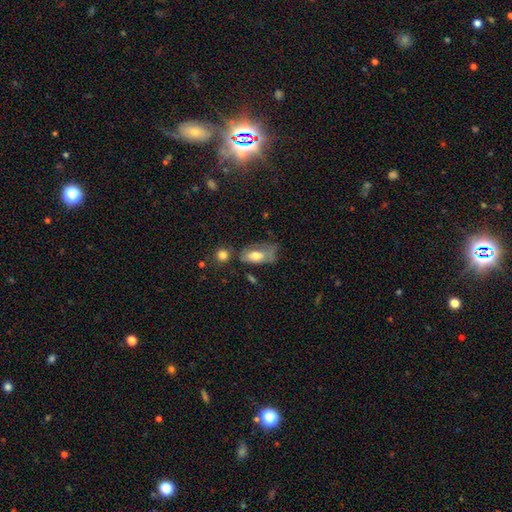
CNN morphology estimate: The model was most divided on "merging" (2-way tie): minor disturbance: 31%, none: 31%, major disturbance: 28%, merger: 11%. More confident: how rounded — in between (87%); smooth or featured — smooth (64%).